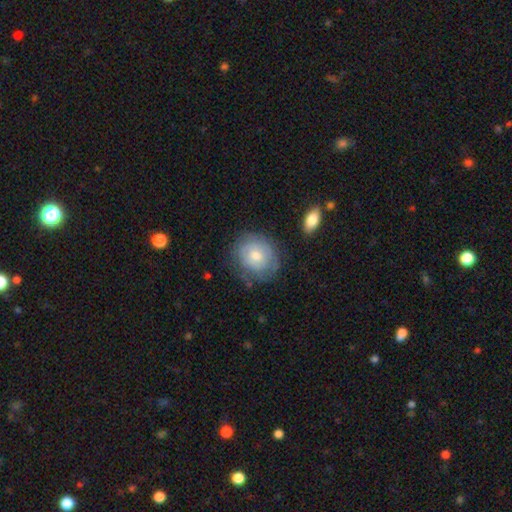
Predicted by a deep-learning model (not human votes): smooth_or_featured: smooth (p=0.51) [alt: featured or disk p=0.42]
how_rounded: round (p=0.72) [alt: in between p=0.27]
merging: none (p=0.73) [alt: minor disturbance p=0.19]